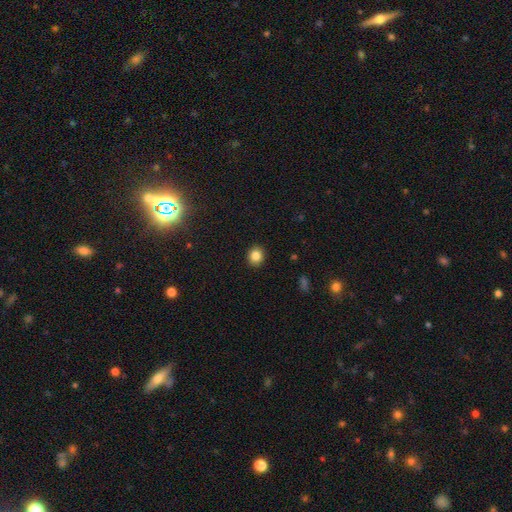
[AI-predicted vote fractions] smooth-or-featured: smooth: 84% | star or artifact: 11% | featured or disk: 5%
  how-rounded: round: 80% | in between: 19% | cigar-shaped: 1%
  merging: none: 92% | minor disturbance: 6% | major disturbance: 2% | merger: 1%